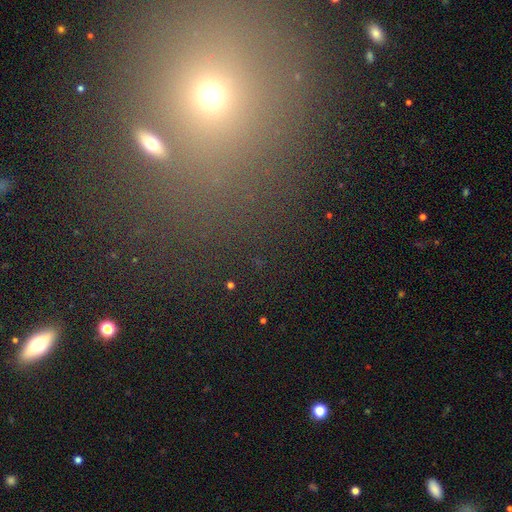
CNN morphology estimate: Overall: star or artifact (53%; smooth 37%).